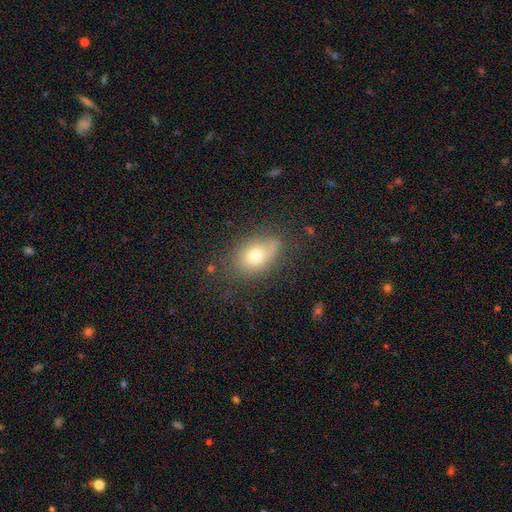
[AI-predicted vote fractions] Smooth or featured: smooth — 71% (featured or disk — 17%)
How rounded: in between — 77% (round — 20%)
Merging: none — 65% (minor disturbance — 23%)